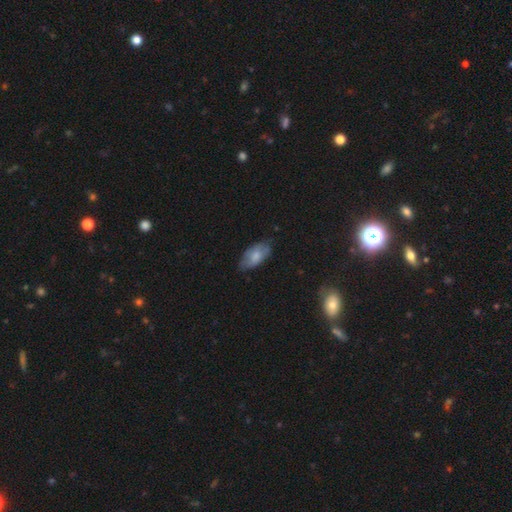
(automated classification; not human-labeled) A smooth galaxy with no disk features (70%) that is in between round and cigar-shaped (93%).

Vote fractions:
- Smooth or featured? smooth: 70% / featured or disk: 23% / star or artifact: 6%
- How rounded? in between: 93% / cigar-shaped: 5% / round: 3%
- Merging? none: 67% / minor disturbance: 26% / major disturbance: 5% / merger: 1%